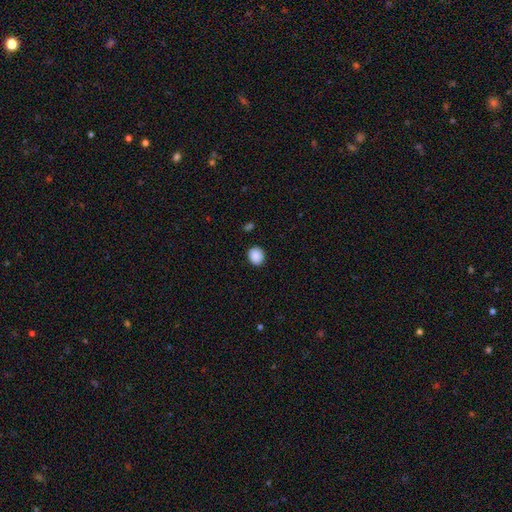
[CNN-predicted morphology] Smooth or featured? Predicted: smooth (p=0.89). How rounded? Predicted: round (p=0.69). Merging? Predicted: none (p=0.89).